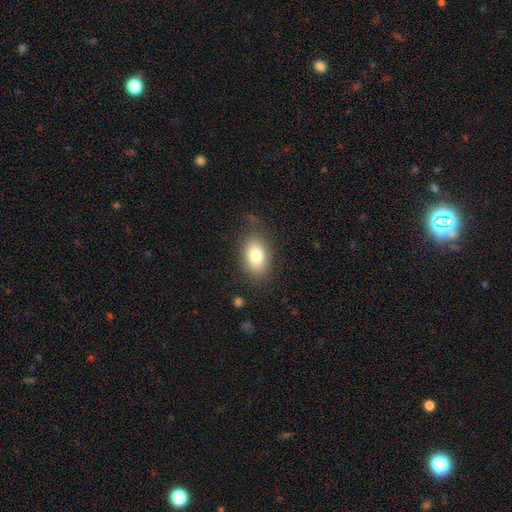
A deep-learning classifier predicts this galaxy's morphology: A smooth galaxy with no disk features (79%) that is in between round and cigar-shaped (85%). Merging: none (80%).